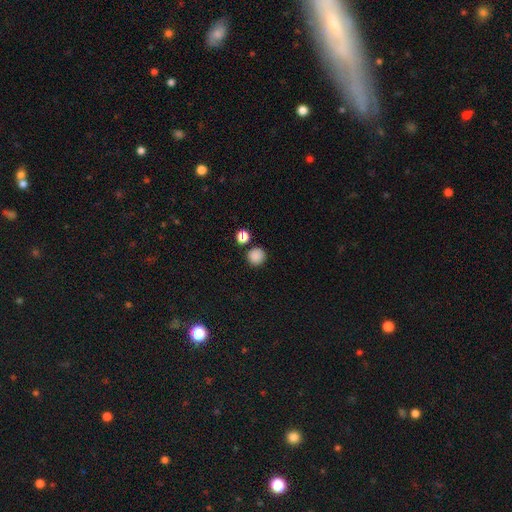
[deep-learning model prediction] A smooth galaxy with no disk features (86%) that is round (93%).

Vote fractions:
- Smooth or featured? smooth: 86% / star or artifact: 11% / featured or disk: 3%
- How rounded? round: 93% / in between: 6% / cigar-shaped: 1%
- Merging? none: 83% / minor disturbance: 8% / merger: 6% / major disturbance: 3%